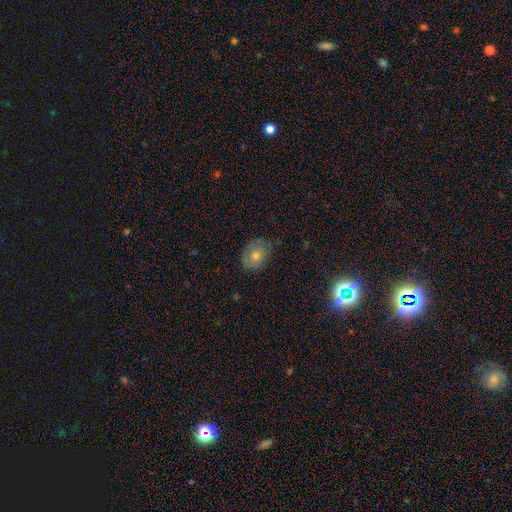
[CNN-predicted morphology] smooth-or-featured: smooth: 63% | featured or disk: 21% | star or artifact: 16%
  how-rounded: in between: 59% | round: 40% | cigar-shaped: 1%
  merging: none: 70% | minor disturbance: 23% | major disturbance: 5% | merger: 1%